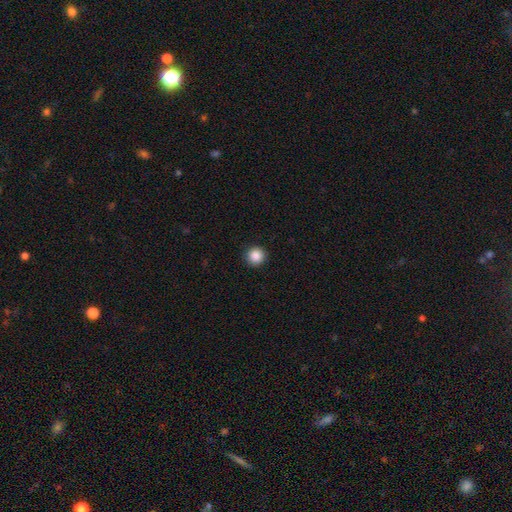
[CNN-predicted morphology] The model was most divided on "smooth or featured": smooth: 87%, star or artifact: 10%, featured or disk: 3%. More confident: how rounded — round (95%); merging — none (92%).